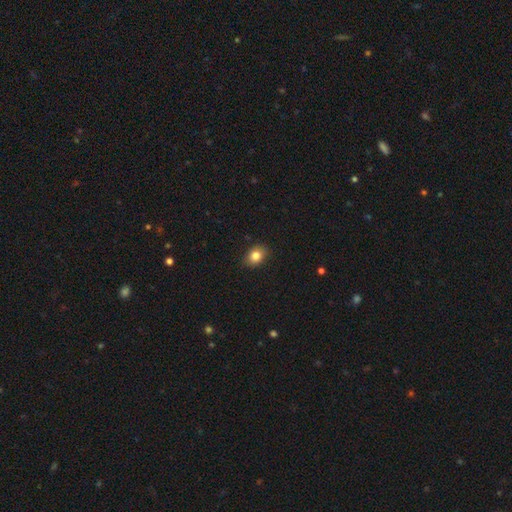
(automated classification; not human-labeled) Smooth or featured?
  - smooth: 83% *
  - star or artifact: 9%
  - featured or disk: 7%
How rounded?
  - in between: 66% *
  - round: 33%
  - cigar-shaped: 1%
Merging?
  - none: 87% *
  - minor disturbance: 10%
  - major disturbance: 2%
  - merger: 1%